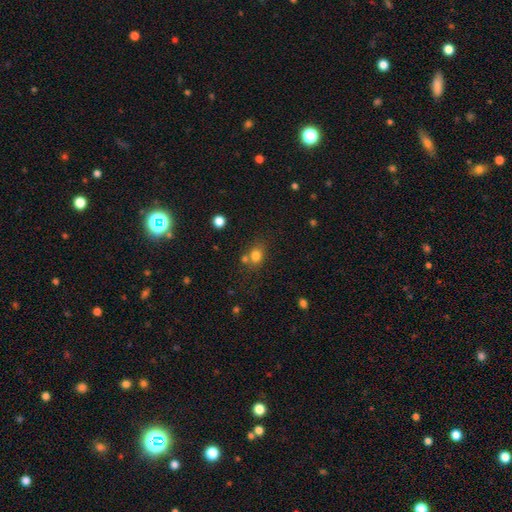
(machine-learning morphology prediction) This appears to be a smooth galaxy with no disk features (79%) that is round (59%). Merging: none (58%).